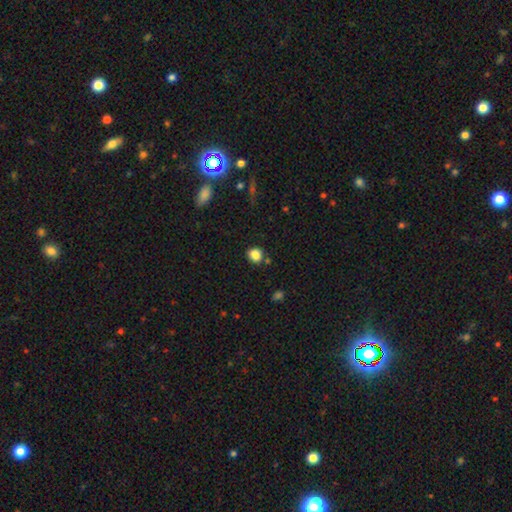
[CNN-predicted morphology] A smooth galaxy with no disk features (84%) that is round (74%).

Vote fractions:
- Smooth or featured? smooth: 84% / star or artifact: 12% / featured or disk: 4%
- How rounded? round: 74% / in between: 25% / cigar-shaped: 1%
- Merging? none: 79% / minor disturbance: 12% / merger: 6% / major disturbance: 3%